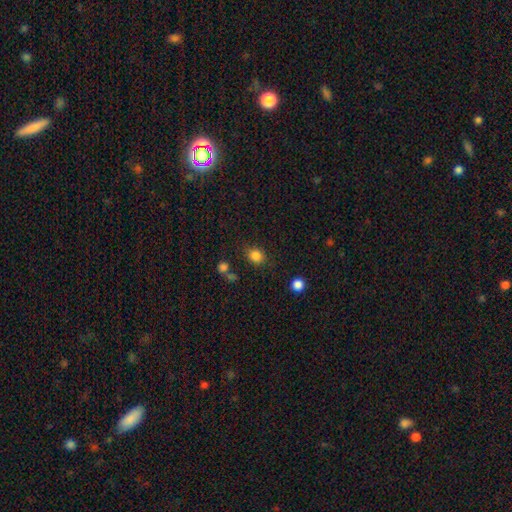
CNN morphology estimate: A smooth galaxy with no disk features (84%) that is round (68%).

Vote fractions:
- Smooth or featured? smooth: 84% / star or artifact: 12% / featured or disk: 4%
- How rounded? round: 68% / in between: 31% / cigar-shaped: 1%
- Merging? none: 79% / minor disturbance: 12% / merger: 5% / major disturbance: 4%